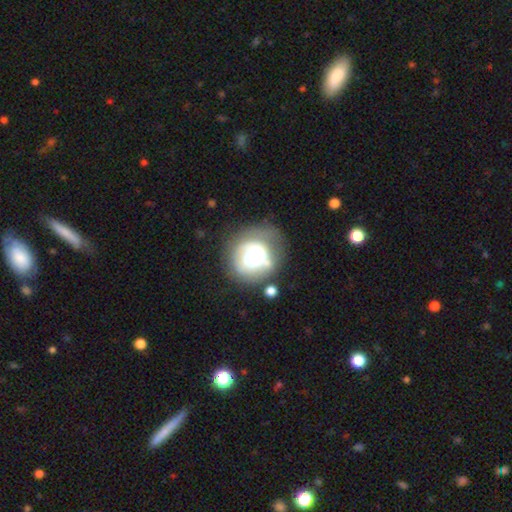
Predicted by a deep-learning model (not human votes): Morphology: type=smooth (51%); roundness=round (81%); merging=none (48%).